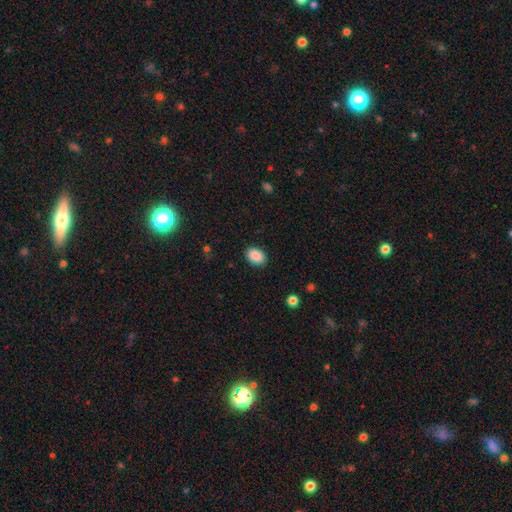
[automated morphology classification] This appears to be a smooth galaxy with no disk features (90%) that is in between round and cigar-shaped (80%). Merging: none (88%).